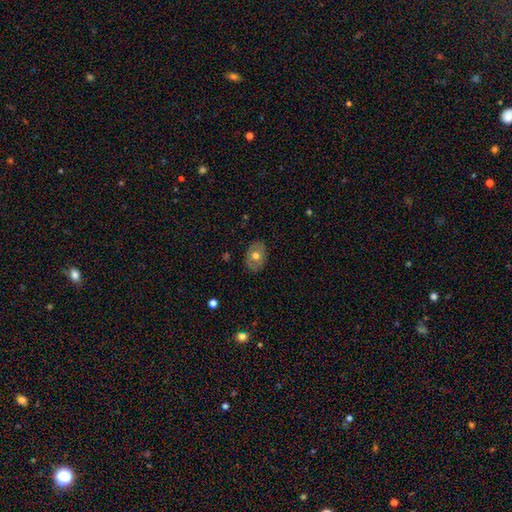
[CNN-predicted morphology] A smooth galaxy with no disk features (61%) that is in between round and cigar-shaped (75%).

Vote fractions:
- Smooth or featured? smooth: 61% / featured or disk: 32% / star or artifact: 8%
- How rounded? in between: 75% / round: 24% / cigar-shaped: 1%
- Merging? none: 84% / minor disturbance: 13% / major disturbance: 3% / merger: 1%